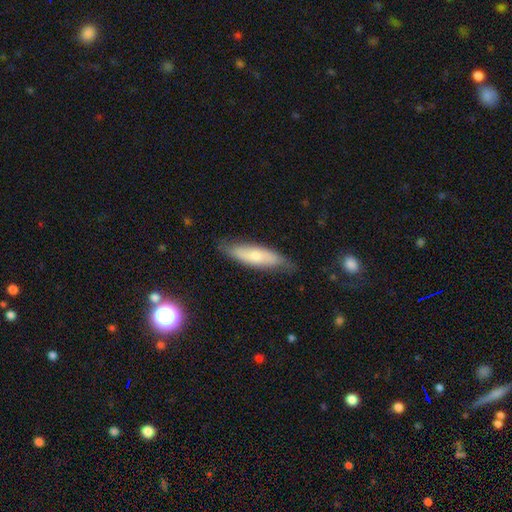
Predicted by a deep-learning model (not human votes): A smooth galaxy with no disk features (60%) that is cigar-shaped (54%).

Vote fractions:
- Smooth or featured? smooth: 60% / featured or disk: 34% / star or artifact: 6%
- How rounded? cigar-shaped: 54% / in between: 44% / round: 2%
- Merging? none: 74% / minor disturbance: 21% / major disturbance: 4% / merger: 1%